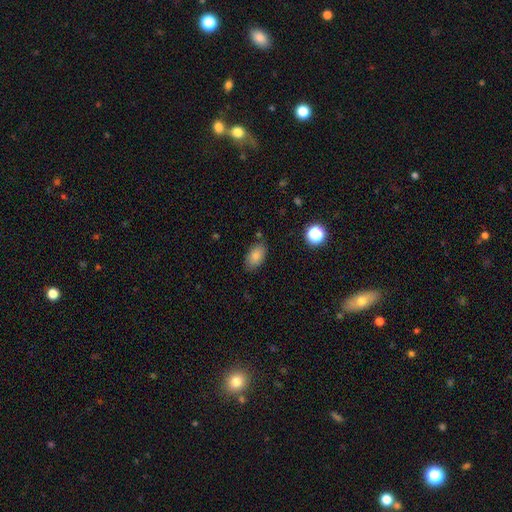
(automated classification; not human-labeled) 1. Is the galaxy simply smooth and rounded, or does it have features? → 82% smooth, 9% star or artifact, 8% featured or disk.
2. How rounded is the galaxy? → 91% in between, 6% round, 2% cigar-shaped.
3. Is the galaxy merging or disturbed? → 80% none, 14% minor disturbance, 3% major disturbance, 3% merger.